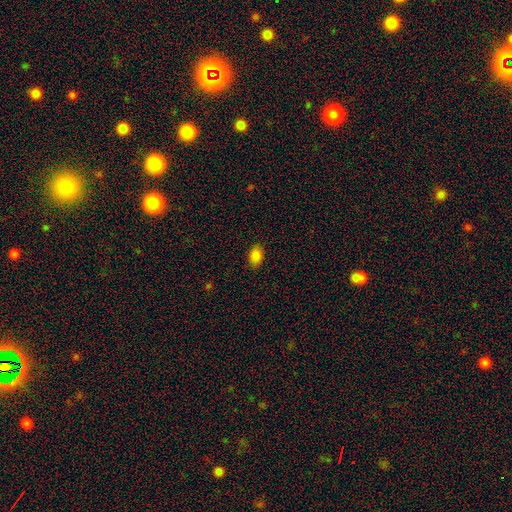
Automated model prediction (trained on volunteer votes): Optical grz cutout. It shows a smooth galaxy with no disk features (86%) that is in between round and cigar-shaped (87%). Merging: none (86%).